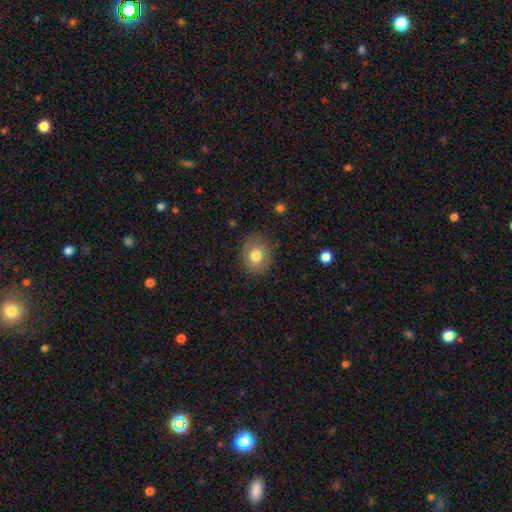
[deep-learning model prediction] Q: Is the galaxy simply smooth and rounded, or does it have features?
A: smooth — 74%.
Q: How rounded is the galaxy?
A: round — 55%.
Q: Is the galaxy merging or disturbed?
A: none — 81%.